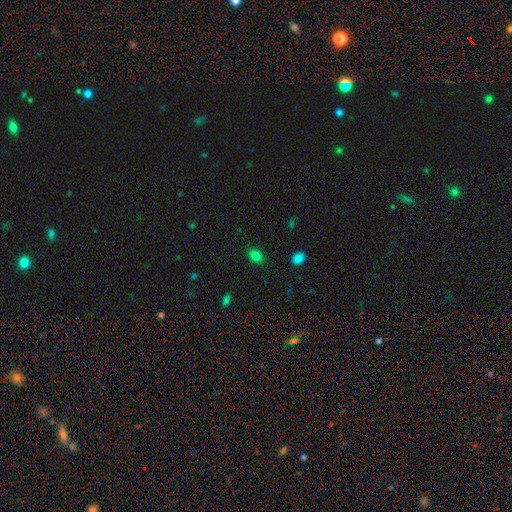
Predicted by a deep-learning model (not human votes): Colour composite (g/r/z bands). It shows a smooth galaxy with no disk features (81%) that is in between round and cigar-shaped (72%). Merging: none (87%).